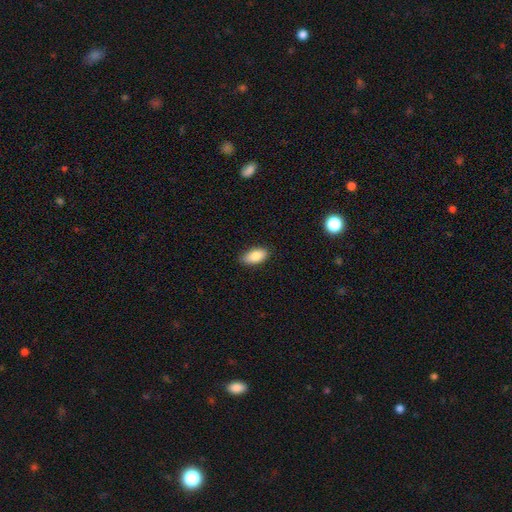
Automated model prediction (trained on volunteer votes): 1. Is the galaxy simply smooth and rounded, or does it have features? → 84% smooth, 9% featured or disk, 7% star or artifact.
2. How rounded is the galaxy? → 92% in between, 4% cigar-shaped, 3% round.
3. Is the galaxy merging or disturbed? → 85% none, 12% minor disturbance, 2% major disturbance, 1% merger.